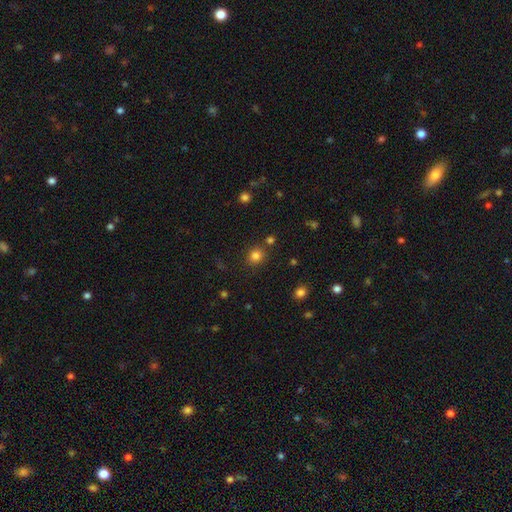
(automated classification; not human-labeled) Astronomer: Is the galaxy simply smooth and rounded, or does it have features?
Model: smooth — 81%.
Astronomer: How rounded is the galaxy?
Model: round — 79%.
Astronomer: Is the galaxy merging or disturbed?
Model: none — 81%.